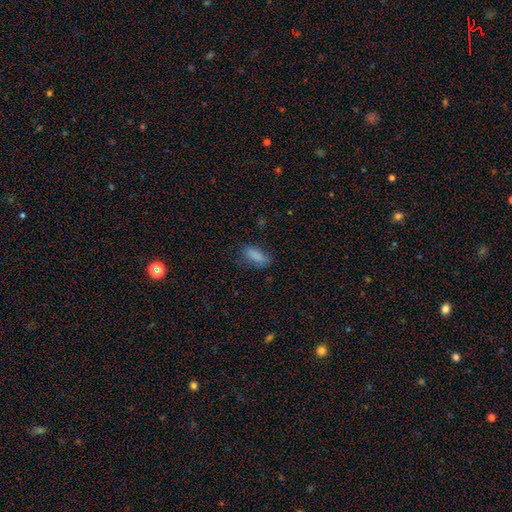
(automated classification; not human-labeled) smooth 85%, star or artifact 9%, featured or disk 6%. Down the decision tree: how rounded — in between (80%); merging — none (68%).